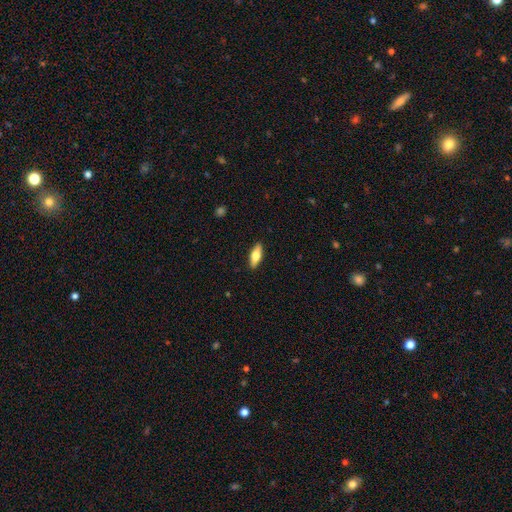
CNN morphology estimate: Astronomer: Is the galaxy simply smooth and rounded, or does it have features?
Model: smooth — 60%.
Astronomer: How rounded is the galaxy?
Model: in between — 66%.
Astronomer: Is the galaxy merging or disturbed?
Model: none — 89%.